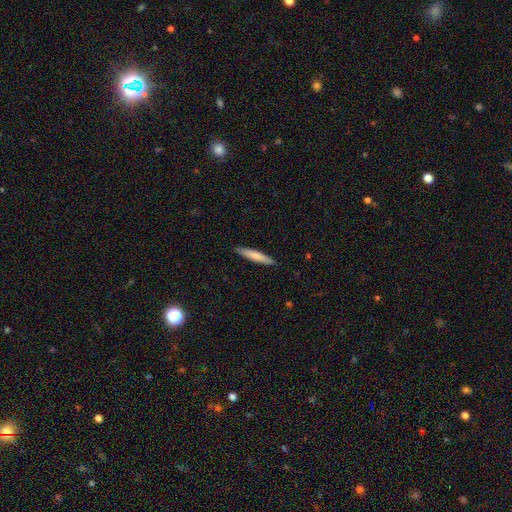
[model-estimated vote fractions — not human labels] A smooth galaxy with no disk features (74%) that is cigar-shaped (92%). Merging: none (90%).